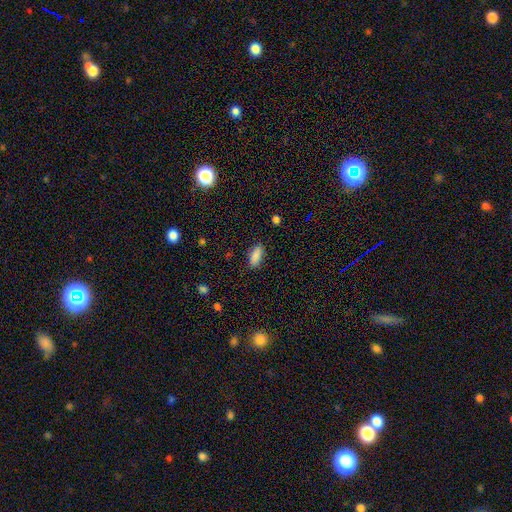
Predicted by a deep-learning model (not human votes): A smooth galaxy with no disk features (87%) that is in between round and cigar-shaped (80%).

Vote fractions:
- Smooth or featured? smooth: 87% / star or artifact: 8% / featured or disk: 4%
- How rounded? in between: 80% / cigar-shaped: 18% / round: 2%
- Merging? none: 86% / minor disturbance: 10% / major disturbance: 3% / merger: 1%